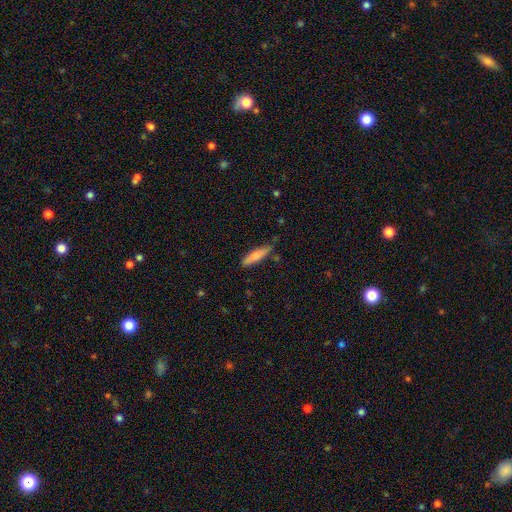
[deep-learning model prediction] Overall: smooth (76%). How rounded: cigar-shaped (77%). Merging: none (78%).